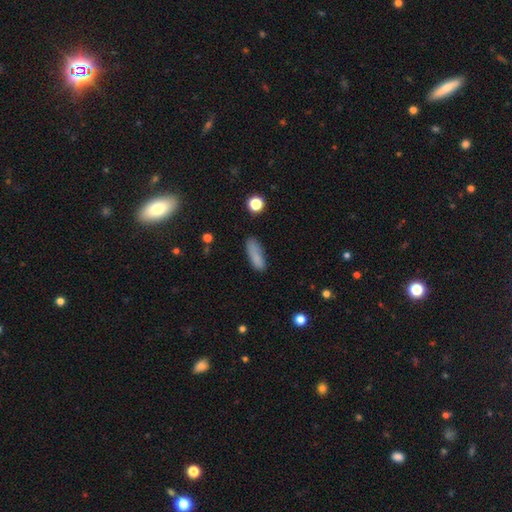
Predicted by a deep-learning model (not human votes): smooth-or-featured: smooth: 84% | star or artifact: 9% | featured or disk: 7%
  how-rounded: in between: 50% | cigar-shaped: 47% | round: 3%
  merging: none: 72% | minor disturbance: 20% | major disturbance: 6% | merger: 2%